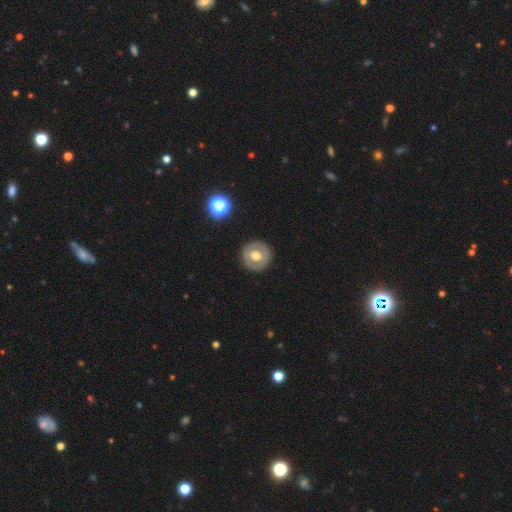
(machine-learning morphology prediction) Smooth or featured? smooth (48%)
Merging? none (89%)